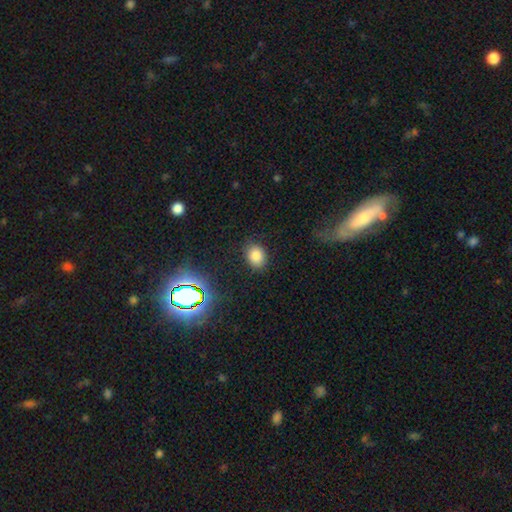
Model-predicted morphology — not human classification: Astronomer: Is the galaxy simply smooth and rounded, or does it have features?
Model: smooth — 81%.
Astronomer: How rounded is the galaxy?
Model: in between — 55% (runner-up: round, 44%).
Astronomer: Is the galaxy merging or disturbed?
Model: none — 85%.